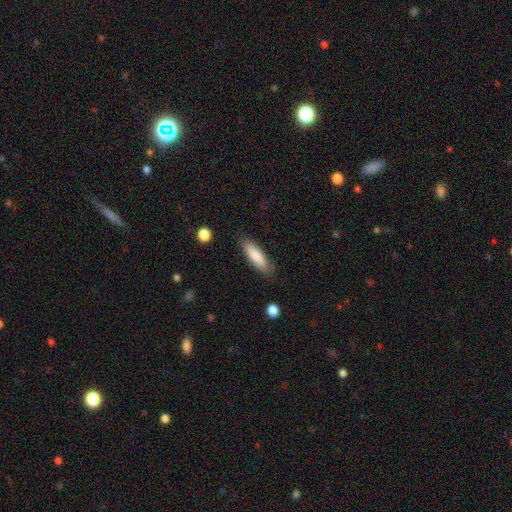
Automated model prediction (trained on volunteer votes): This is clearly a smooth galaxy (82%). How rounded: possibly cigar-shaped (60%). Merging: clearly none (83%).